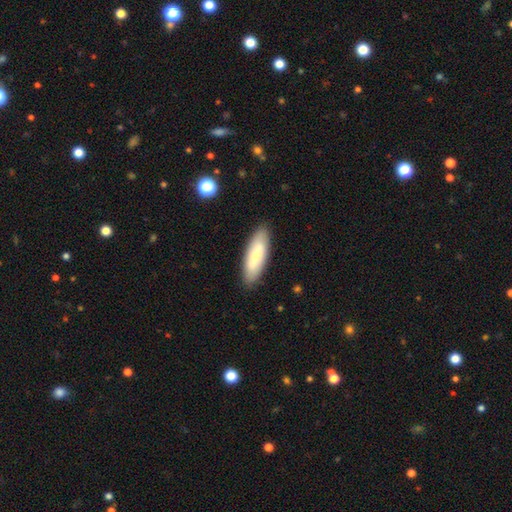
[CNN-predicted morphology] A smooth galaxy with no disk features (68%) that is in between round and cigar-shaped (56%). Merging: none (88%).